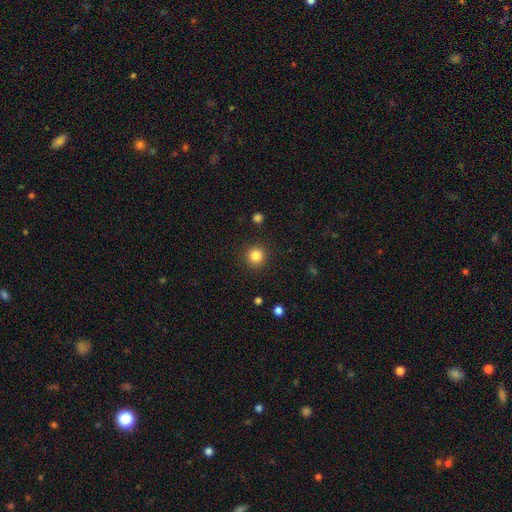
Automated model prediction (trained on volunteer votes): Q: Smooth or featured?
A: smooth (84%); runner-up: star or artifact (11%)
Q: How rounded?
A: round (95%); runner-up: in between (4%)
Q: Merging?
A: none (91%); runner-up: minor disturbance (6%)